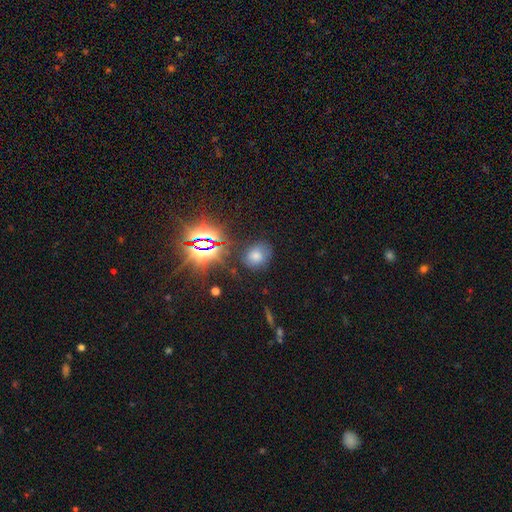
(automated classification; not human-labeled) Morphology: type=smooth (56%); roundness=round (54%); merging=none (76%).